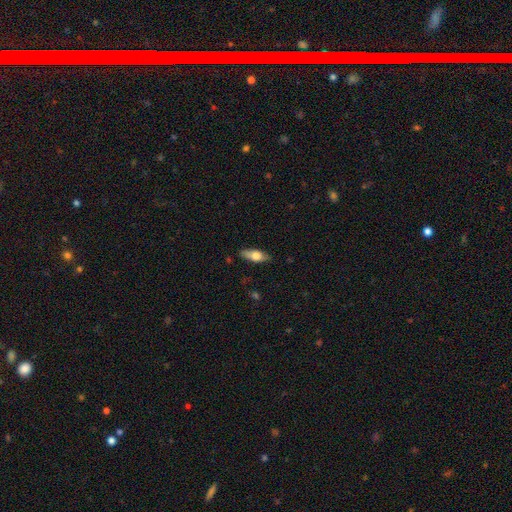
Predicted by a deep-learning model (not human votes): Smooth or featured? Predicted: smooth (p=0.60). How rounded? Predicted: in between (p=0.69). Merging? Predicted: none (p=0.83).